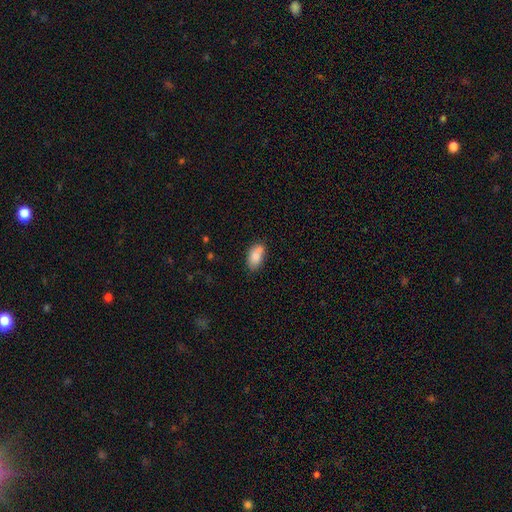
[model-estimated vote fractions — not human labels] Morphology: type=smooth (81%); roundness=in between (92%); merging=none (65%).